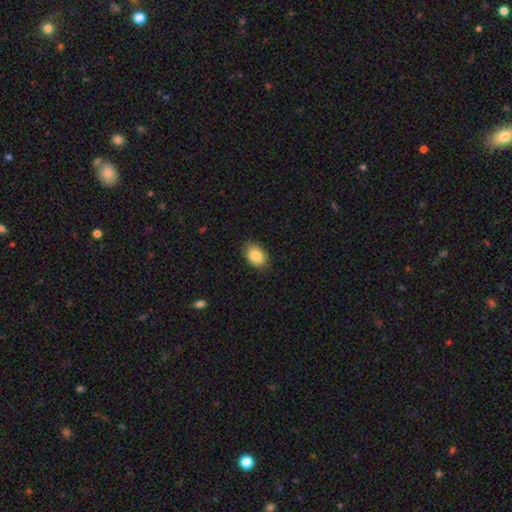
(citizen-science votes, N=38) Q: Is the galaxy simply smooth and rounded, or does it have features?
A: smooth — 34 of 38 (89%).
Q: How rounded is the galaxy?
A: in between — 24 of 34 (71%).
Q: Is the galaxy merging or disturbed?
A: none — 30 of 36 (83%).